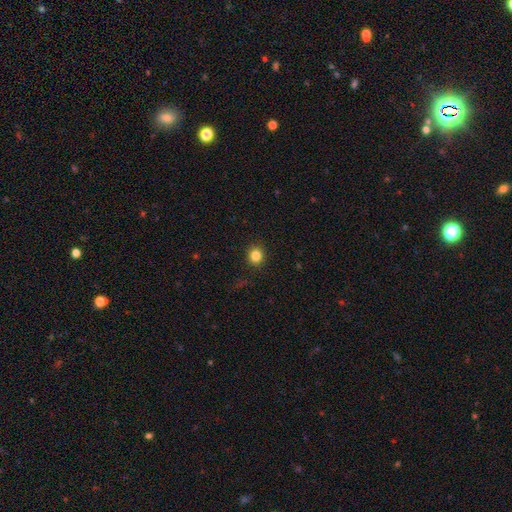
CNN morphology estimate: type=smooth (84%); roundness=round (86%); merging=none (91%).